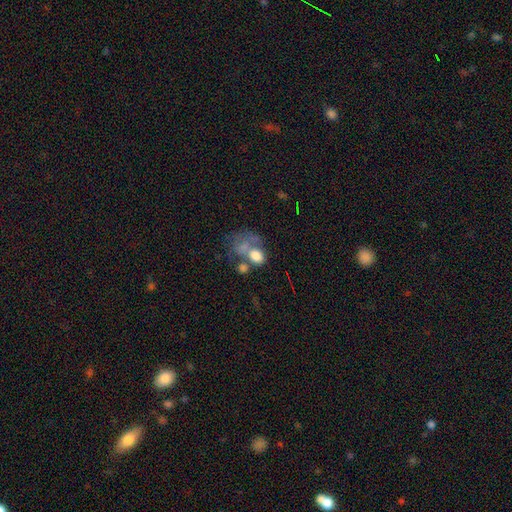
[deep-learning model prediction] A smooth galaxy with no disk features (64%) that is in between round and cigar-shaped (59%).

Vote fractions:
- Smooth or featured? smooth: 64% / featured or disk: 23% / star or artifact: 12%
- How rounded? in between: 59% / round: 40% / cigar-shaped: 1%
- Merging? merger: 42% / major disturbance: 24% / none: 22% / minor disturbance: 12%